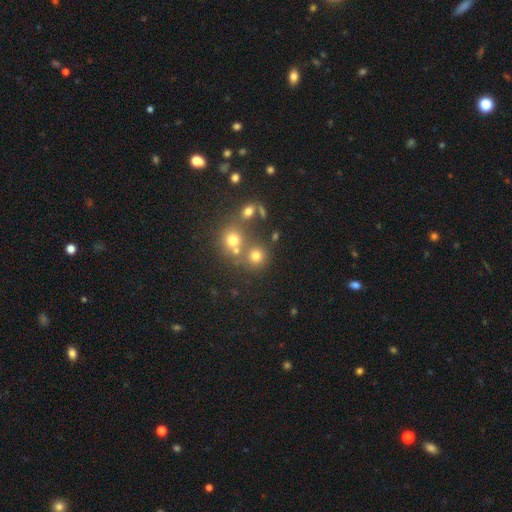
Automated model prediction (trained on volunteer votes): Smooth or featured? smooth (72%)
How rounded? round (86%)
Merging? none (57%)